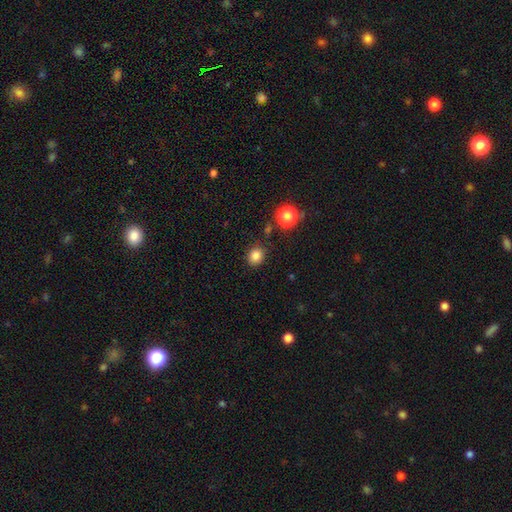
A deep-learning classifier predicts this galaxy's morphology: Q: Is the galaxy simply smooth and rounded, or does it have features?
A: smooth — 82%.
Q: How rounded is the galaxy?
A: round — 71%.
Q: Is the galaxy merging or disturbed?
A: none — 85%.